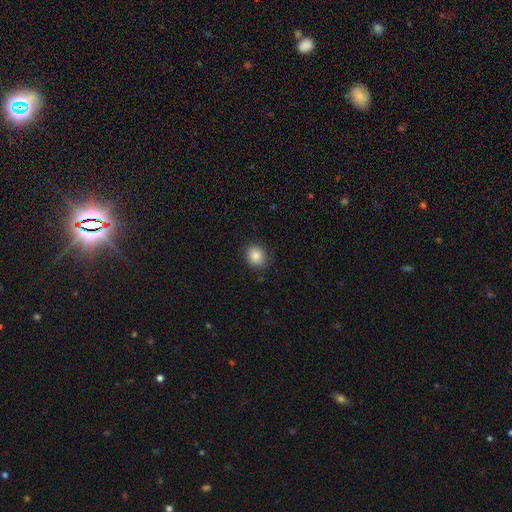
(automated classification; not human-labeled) Smooth or featured?
  - smooth: 86% *
  - star or artifact: 9%
  - featured or disk: 5%
How rounded?
  - round: 74% *
  - in between: 25%
  - cigar-shaped: 1%
Merging?
  - none: 86% *
  - minor disturbance: 10%
  - major disturbance: 3%
  - merger: 1%